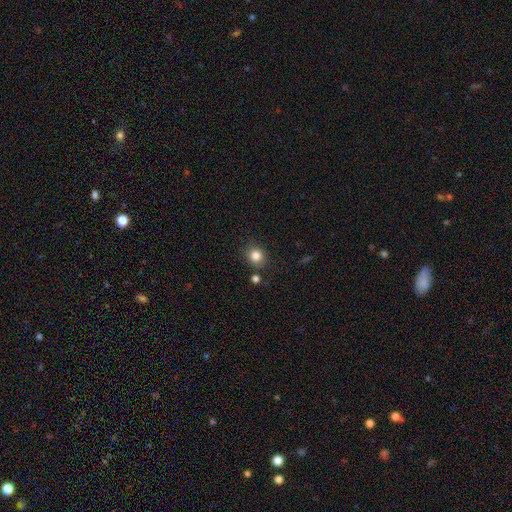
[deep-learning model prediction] Q: Smooth or featured?
A: smooth (83%); runner-up: star or artifact (12%)
Q: How rounded?
A: round (81%); runner-up: in between (18%)
Q: Merging?
A: none (83%); runner-up: minor disturbance (9%)